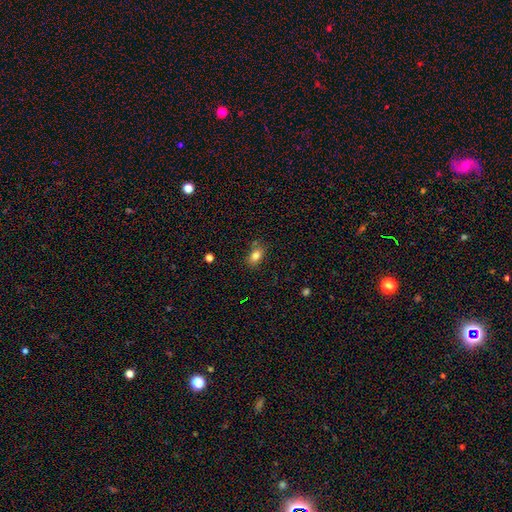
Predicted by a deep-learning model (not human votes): This appears to be a smooth galaxy with no disk features (81%) that is in between round and cigar-shaped (83%). Merging: none (75%).